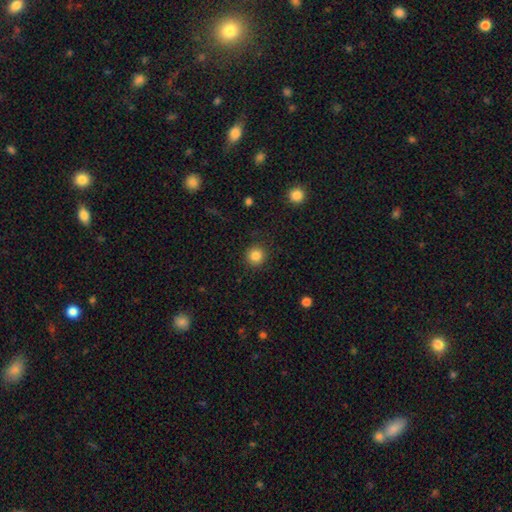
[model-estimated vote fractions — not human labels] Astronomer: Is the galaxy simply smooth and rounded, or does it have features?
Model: smooth — 85%.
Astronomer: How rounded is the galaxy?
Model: round — 93%.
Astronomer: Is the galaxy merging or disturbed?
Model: none — 90%.